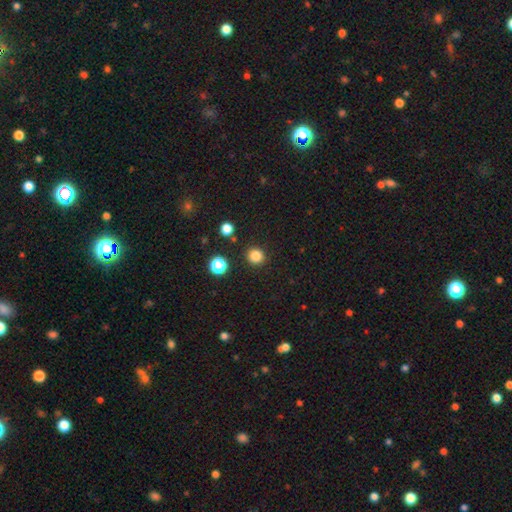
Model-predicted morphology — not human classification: Smooth or featured?
  - smooth: 83% *
  - star or artifact: 13%
  - featured or disk: 4%
How rounded?
  - round: 92% *
  - in between: 7%
  - cigar-shaped: 1%
Merging?
  - none: 90% *
  - minor disturbance: 6%
  - major disturbance: 2%
  - merger: 2%